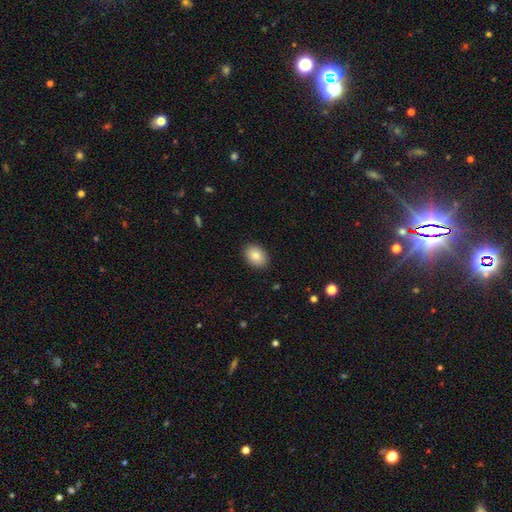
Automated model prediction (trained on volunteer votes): smooth 85%, star or artifact 8%, featured or disk 8%. Down the decision tree: how rounded — in between (75%); merging — none (90%).